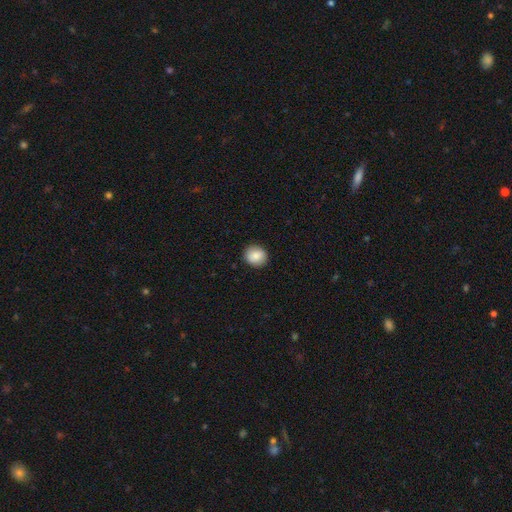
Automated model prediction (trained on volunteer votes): smooth_or_featured: smooth (p=0.86) [alt: star or artifact p=0.08]
how_rounded: round (p=0.85) [alt: in between p=0.14]
merging: none (p=0.91) [alt: minor disturbance p=0.07]